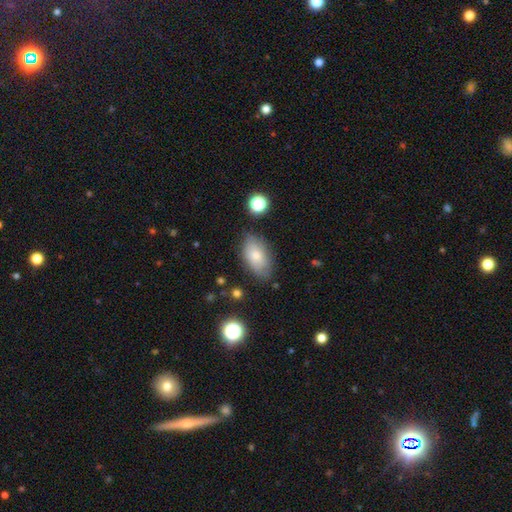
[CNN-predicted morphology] smooth-or-featured: smooth: 66% | featured or disk: 26% | star or artifact: 9%
  how-rounded: in between: 91% | round: 6% | cigar-shaped: 2%
  merging: none: 70% | minor disturbance: 21% | major disturbance: 6% | merger: 3%